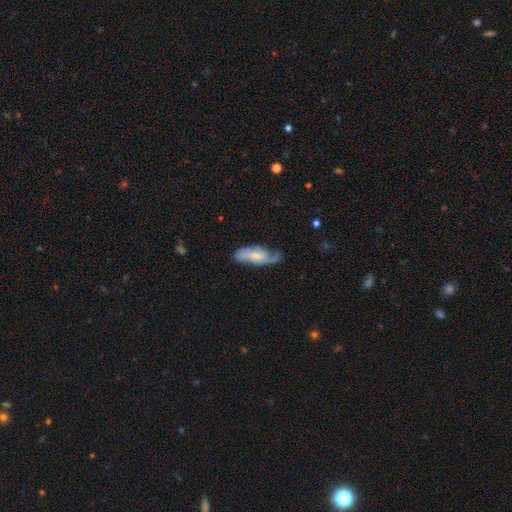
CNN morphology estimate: This is possibly a featured or disk galaxy (57%). It is clearly not viewed edge-on (87%). Merging: possibly none (50%).